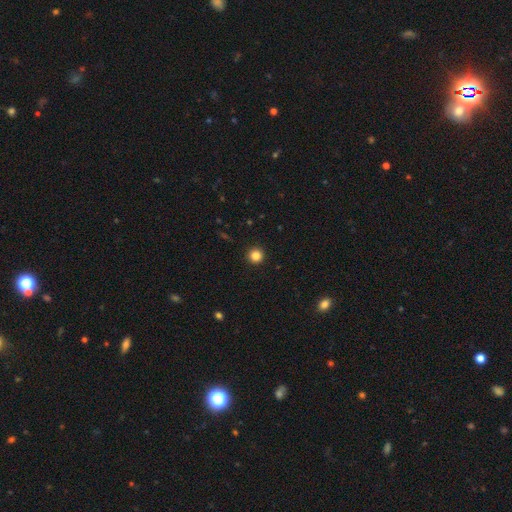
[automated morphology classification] Smooth or featured? Predicted: smooth (p=0.84). How rounded? Predicted: round (p=0.96). Merging? Predicted: none (p=0.93).